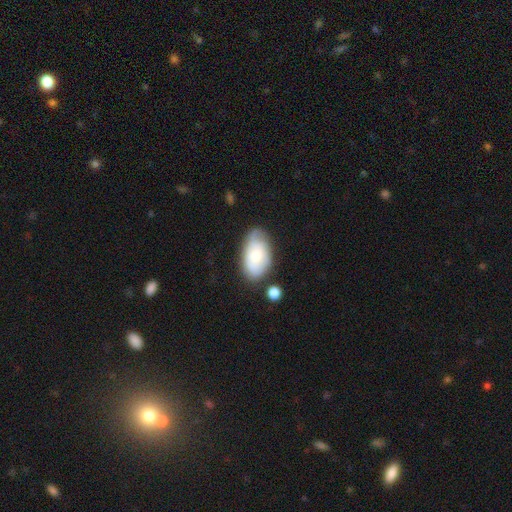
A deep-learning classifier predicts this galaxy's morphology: Smooth or featured?
  - smooth: 59% *
  - featured or disk: 35%
  - star or artifact: 6%
How rounded?
  - in between: 92% *
  - round: 6%
  - cigar-shaped: 2%
Merging?
  - none: 61% *
  - minor disturbance: 26%
  - major disturbance: 7%
  - merger: 6%